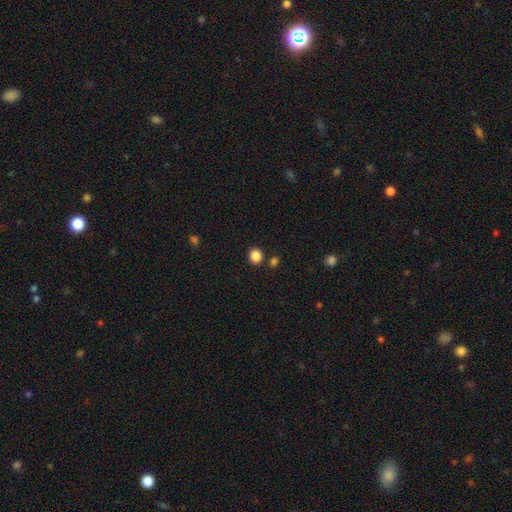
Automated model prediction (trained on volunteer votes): A smooth galaxy with no disk features (86%) that is round (80%).

Vote fractions:
- Smooth or featured? smooth: 86% / star or artifact: 11% / featured or disk: 3%
- How rounded? round: 80% / in between: 20% / cigar-shaped: 1%
- Merging? none: 84% / minor disturbance: 7% / merger: 7% / major disturbance: 2%